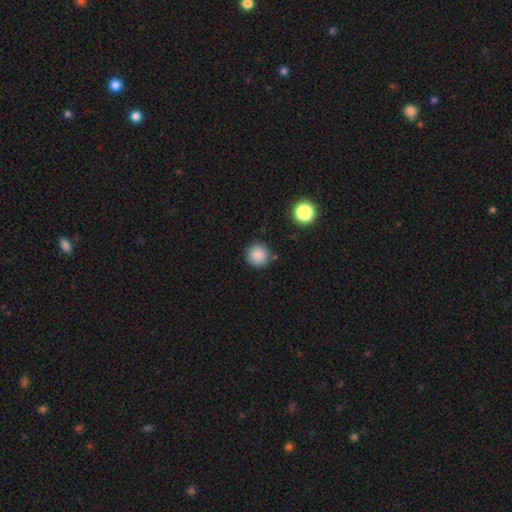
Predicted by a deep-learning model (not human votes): Smooth or featured? smooth (87%)
How rounded? round (95%)
Merging? none (87%)